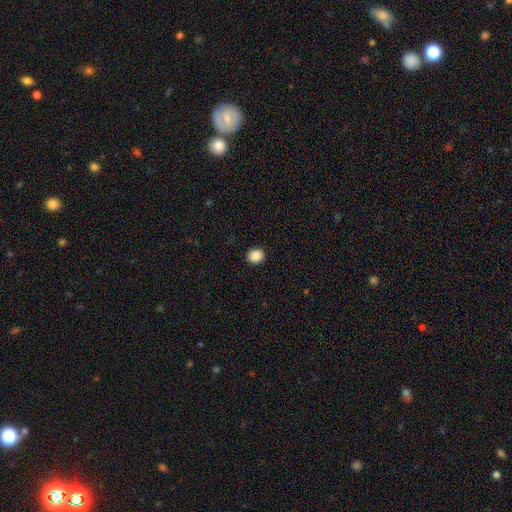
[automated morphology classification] type=smooth (88%); roundness=round (79%); merging=none (91%).